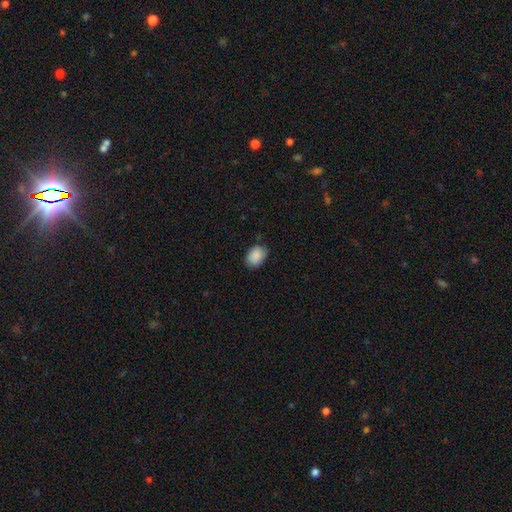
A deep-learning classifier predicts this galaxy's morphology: A smooth galaxy with no disk features (88%) that is in between round and cigar-shaped (72%). Merging: none (76%).